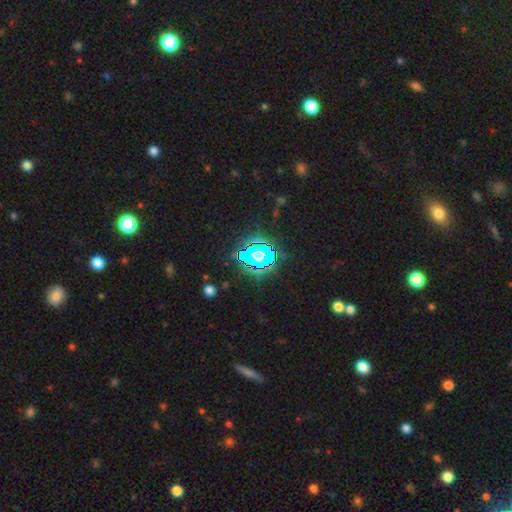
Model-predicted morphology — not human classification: smooth-or-featured: star or artifact: 65% | smooth: 22% | featured or disk: 14%